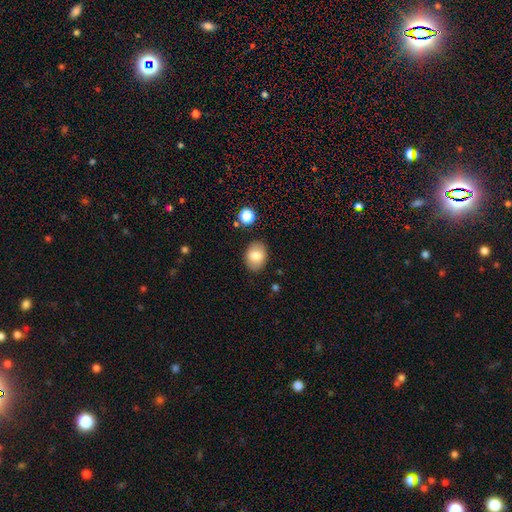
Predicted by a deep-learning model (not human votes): Morphology: type=smooth (81%); roundness=in between (69%); merging=none (85%).